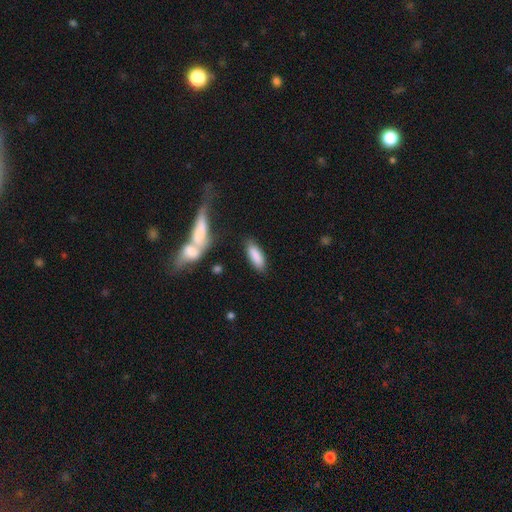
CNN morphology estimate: smooth 86%, featured or disk 8%, star or artifact 7%. Down the decision tree: how rounded — in between (61%); merging — none (74%).